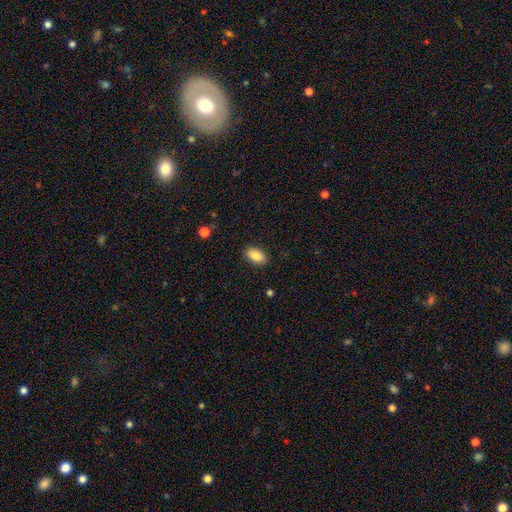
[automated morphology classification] type=smooth (85%); roundness=in between (92%); merging=none (88%).